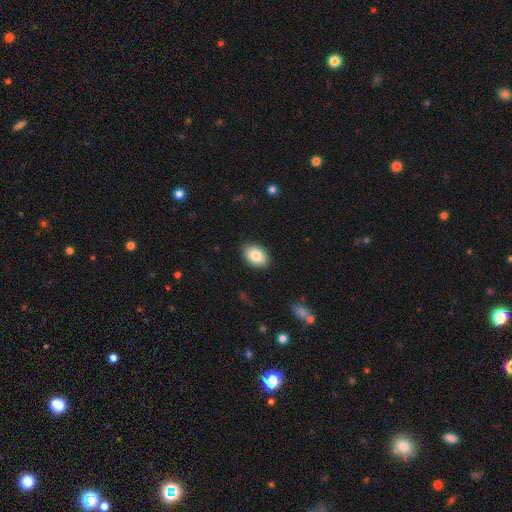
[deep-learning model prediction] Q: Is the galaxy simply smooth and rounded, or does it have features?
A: smooth — 85%.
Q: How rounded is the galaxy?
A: in between — 85%.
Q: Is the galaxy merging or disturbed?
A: none — 88%.